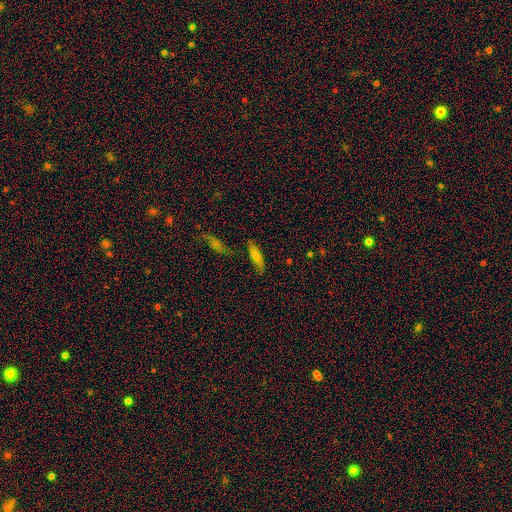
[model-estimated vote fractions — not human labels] smooth 74%, featured or disk 15%, star or artifact 11%. Down the decision tree: how rounded — cigar-shaped (59%); merging — none (72%).